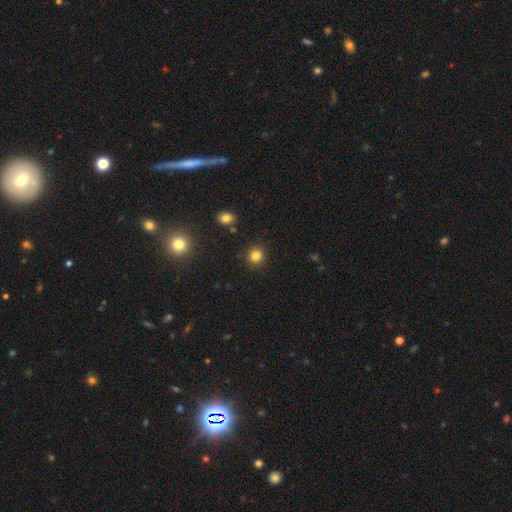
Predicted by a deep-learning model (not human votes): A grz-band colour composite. It shows a smooth galaxy with no disk features (83%) that is round (89%). Merging: none (89%).